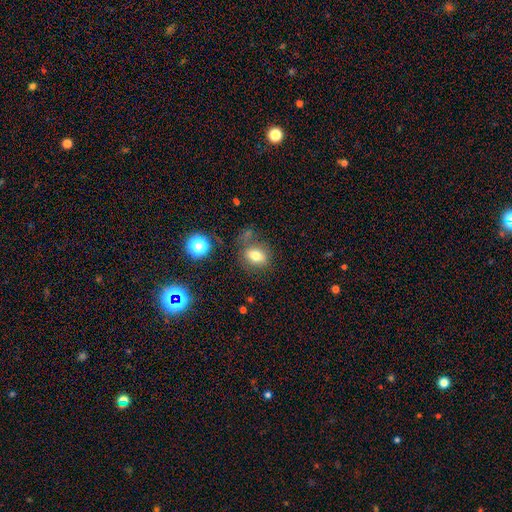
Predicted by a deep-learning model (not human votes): Smooth or featured? Predicted: smooth (p=0.75). How rounded? Predicted: in between (p=0.63). Merging? Predicted: none (p=0.66).